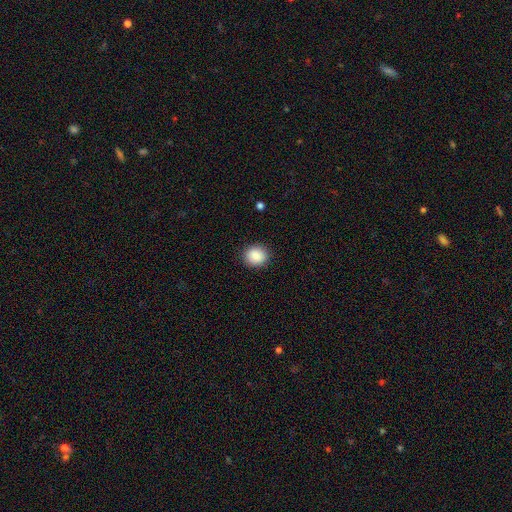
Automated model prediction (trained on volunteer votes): Smooth or featured?
  - smooth: 88% *
  - star or artifact: 8%
  - featured or disk: 4%
How rounded?
  - round: 78% *
  - in between: 21%
  - cigar-shaped: 1%
Merging?
  - none: 90% *
  - minor disturbance: 7%
  - major disturbance: 2%
  - merger: 1%